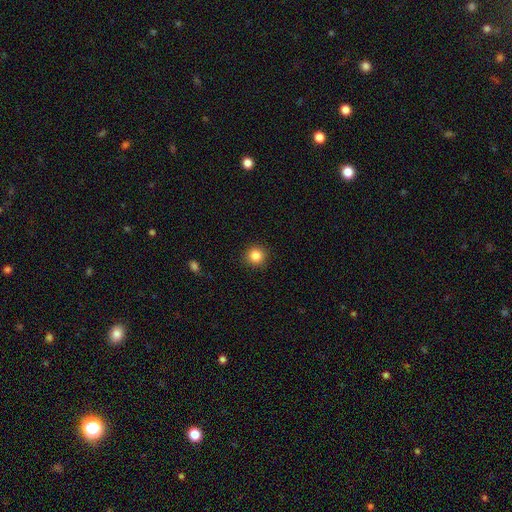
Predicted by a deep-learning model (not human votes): Morphology: type=smooth (85%); roundness=round (94%); merging=none (91%).